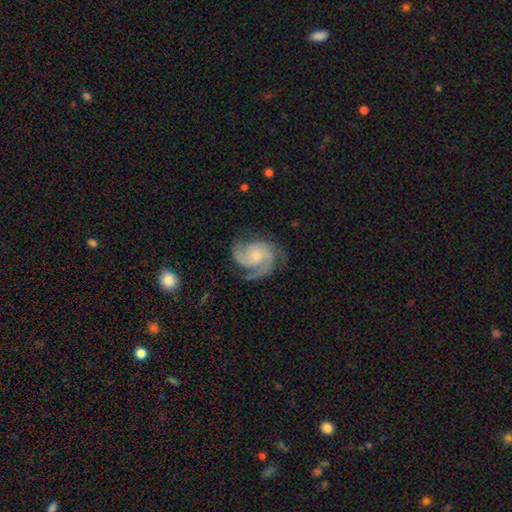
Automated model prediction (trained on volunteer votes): Smooth or featured? featured or disk (89%)
Edge-on disk? no (98%)
Bar? no (70%)
Spiral arms? yes (98%)
Spiral winding? medium (50%)
Spiral arm count? 3 (61%)
Bulge size? small (57%)
Merging? none (70%)